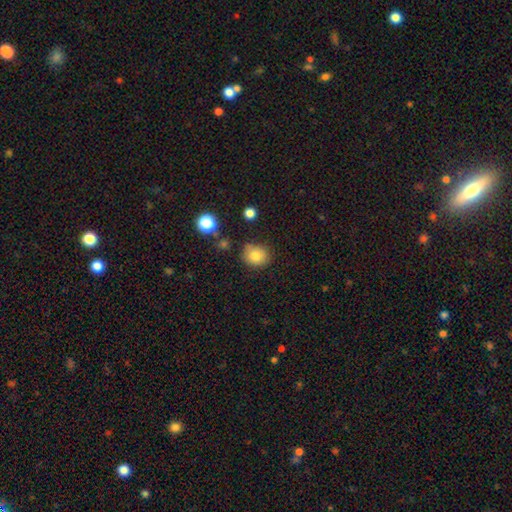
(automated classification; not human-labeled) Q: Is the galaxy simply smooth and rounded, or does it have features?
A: smooth — 81%.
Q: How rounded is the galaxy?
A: round — 74%.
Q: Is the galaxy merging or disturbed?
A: none — 76%.